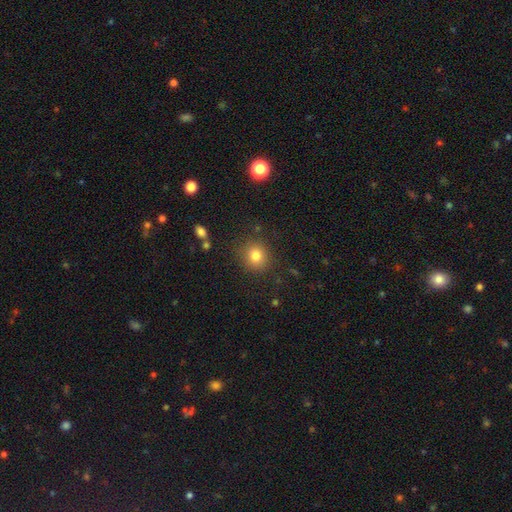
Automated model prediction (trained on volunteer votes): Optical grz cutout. It shows a smooth galaxy with no disk features (81%) that is round (86%). Merging: none (86%).